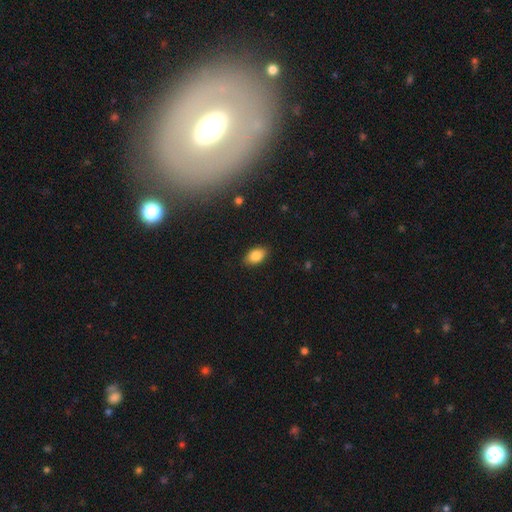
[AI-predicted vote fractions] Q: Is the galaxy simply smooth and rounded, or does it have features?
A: smooth — 85%.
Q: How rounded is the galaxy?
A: in between — 90%.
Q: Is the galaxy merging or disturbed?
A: none — 87%.